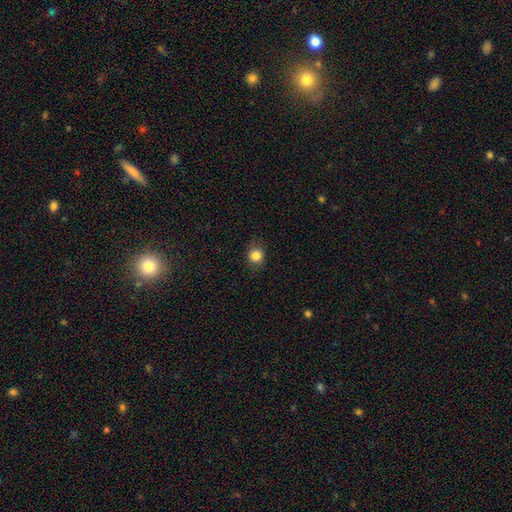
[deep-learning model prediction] Smooth or featured?
  - smooth: 84% *
  - star or artifact: 11%
  - featured or disk: 5%
How rounded?
  - round: 82% *
  - in between: 17%
  - cigar-shaped: 1%
Merging?
  - none: 82% *
  - minor disturbance: 14%
  - major disturbance: 4%
  - merger: 1%